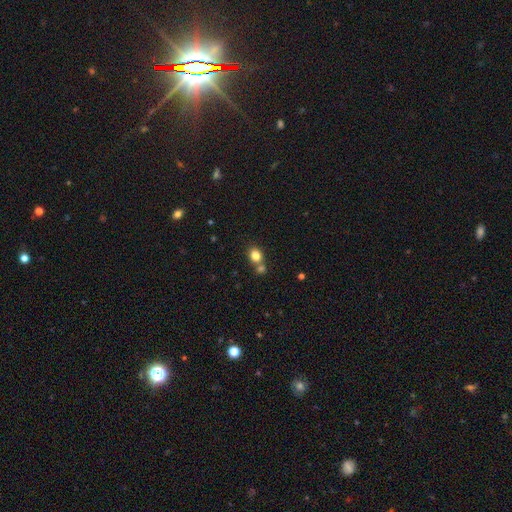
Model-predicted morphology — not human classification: smooth_or_featured: smooth (p=0.82) [alt: star or artifact p=0.11]
how_rounded: round (p=0.64) [alt: in between p=0.35]
merging: none (p=0.56) [alt: merger p=0.32]